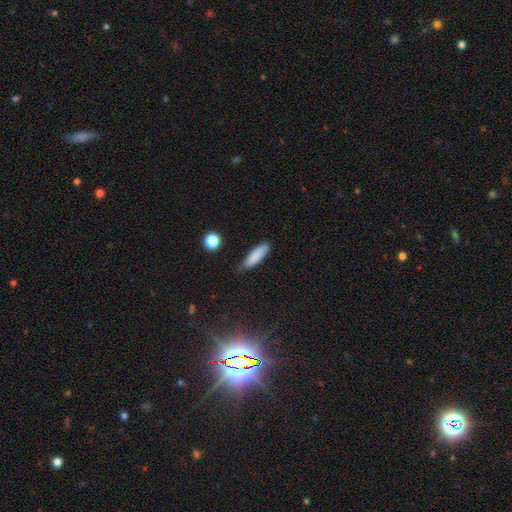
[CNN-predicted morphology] Smooth or featured? Predicted: smooth (p=0.85). How rounded? Predicted: cigar-shaped (p=0.61). Merging? Predicted: none (p=0.68).